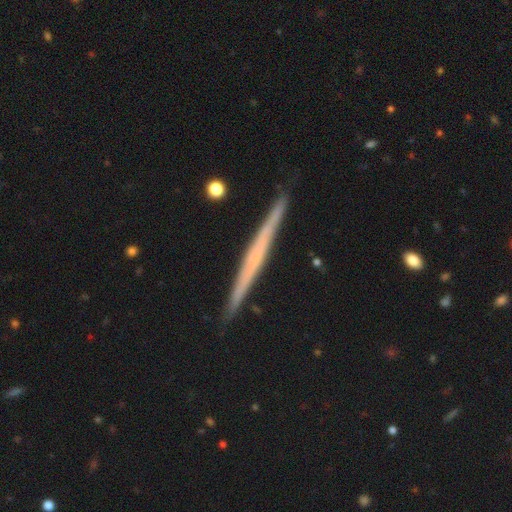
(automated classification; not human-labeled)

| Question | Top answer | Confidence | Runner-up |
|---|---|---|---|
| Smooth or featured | featured or disk | 66% | smooth (28%) |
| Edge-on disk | yes | 98% | no (2%) |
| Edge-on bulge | none | 78% | rounded (14%) |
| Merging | none | 91% | minor disturbance (7%) |